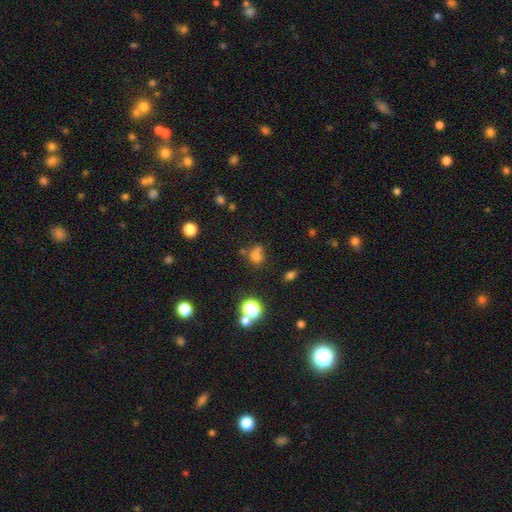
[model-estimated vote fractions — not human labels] Smooth or featured? smooth (68%)
How rounded? round (75%)
Merging? none (48%)